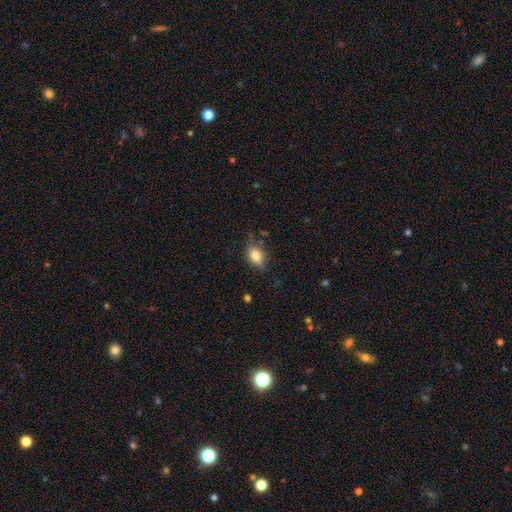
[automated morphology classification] The model was most divided on "merging": none: 71%, minor disturbance: 22%, major disturbance: 5%, merger: 2%. More confident: smooth or featured — smooth (80%); how rounded — in between (78%).